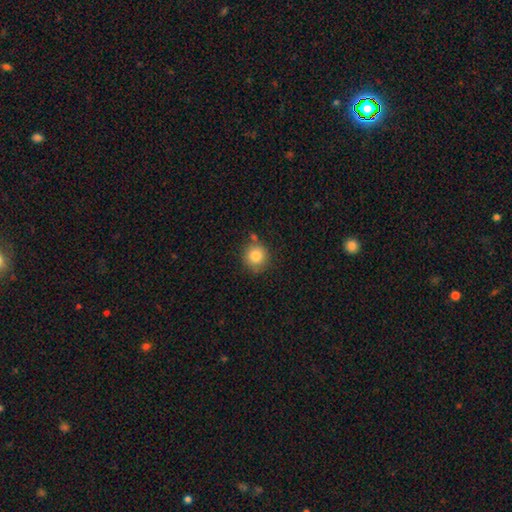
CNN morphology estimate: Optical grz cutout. It shows a smooth galaxy with no disk features (83%) that is round (91%). Merging: none (76%).